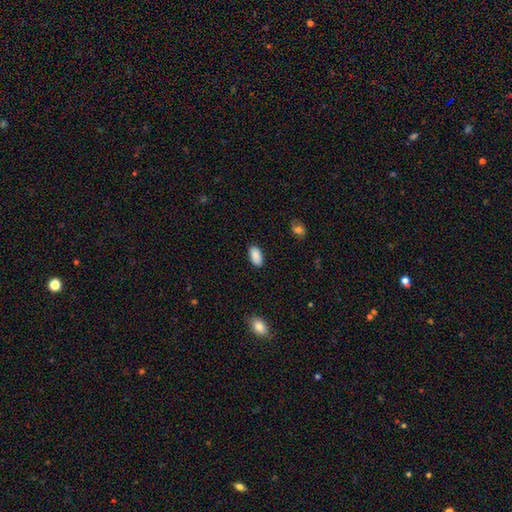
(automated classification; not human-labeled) This is clearly a smooth galaxy (88%). How rounded: clearly in between (94%). Merging: clearly none (87%).